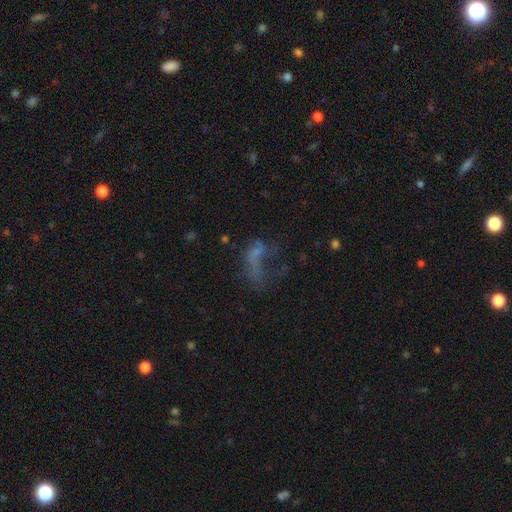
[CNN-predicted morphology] Smooth or featured? featured or disk (41%)
Merging? major disturbance (51%)